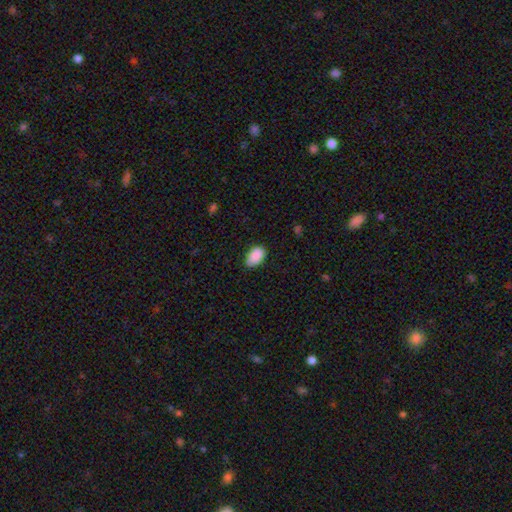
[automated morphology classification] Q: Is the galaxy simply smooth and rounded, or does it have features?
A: smooth — 90%.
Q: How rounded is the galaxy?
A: in between — 92%.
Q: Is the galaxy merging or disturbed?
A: none — 75%.